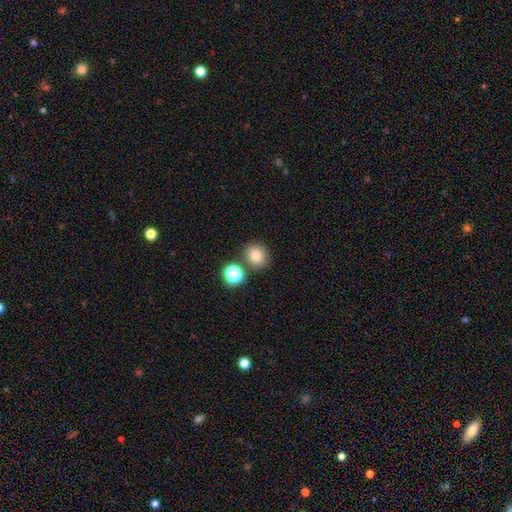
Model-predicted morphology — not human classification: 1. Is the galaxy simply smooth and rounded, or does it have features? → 78% smooth, 15% star or artifact, 7% featured or disk.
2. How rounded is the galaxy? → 80% round, 19% in between, 1% cigar-shaped.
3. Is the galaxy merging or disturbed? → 78% none, 11% merger, 9% minor disturbance, 3% major disturbance.